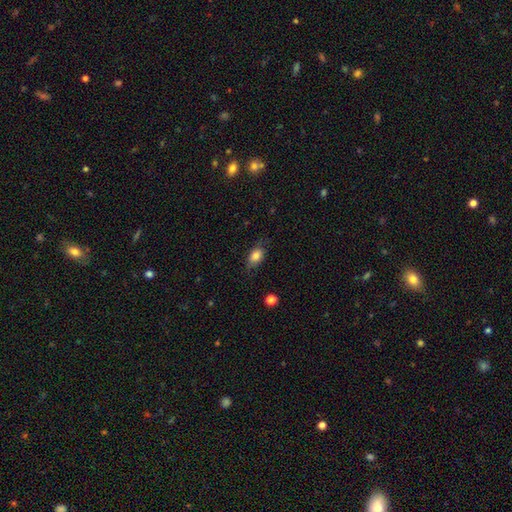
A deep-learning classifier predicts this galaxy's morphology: The model was most divided on "merging": none: 70%, minor disturbance: 23%, major disturbance: 6%, merger: 1%. More confident: how rounded — in between (81%); smooth or featured — smooth (81%).